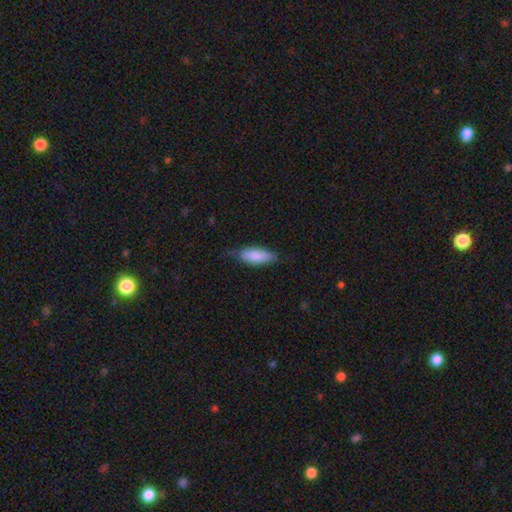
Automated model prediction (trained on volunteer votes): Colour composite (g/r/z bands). It shows a smooth galaxy with no disk features (85%) that is in between round and cigar-shaped (69%). Merging: none (63%).